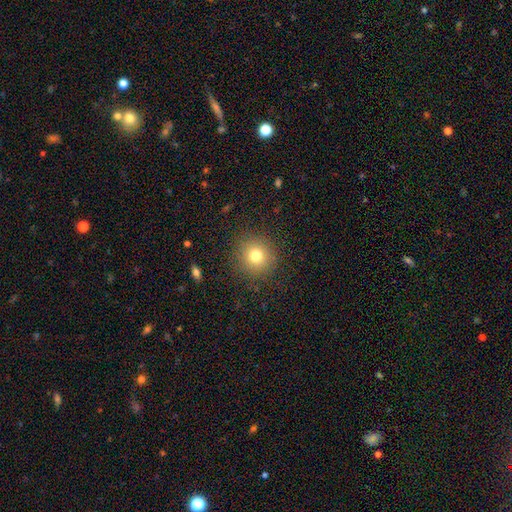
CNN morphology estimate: A smooth galaxy with no disk features (77%) that is round (94%).

Vote fractions:
- Smooth or featured? smooth: 77% / star or artifact: 14% / featured or disk: 9%
- How rounded? round: 94% / in between: 6% / cigar-shaped: 1%
- Merging? none: 89% / minor disturbance: 7% / major disturbance: 3% / merger: 1%